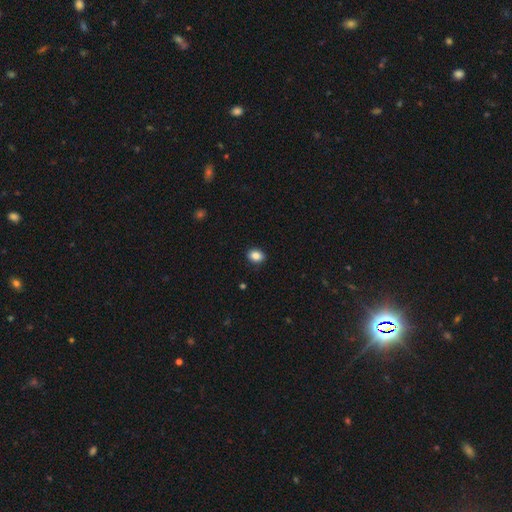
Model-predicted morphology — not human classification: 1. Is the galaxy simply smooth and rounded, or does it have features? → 86% smooth, 9% star or artifact, 5% featured or disk.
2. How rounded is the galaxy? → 64% in between, 35% round, 1% cigar-shaped.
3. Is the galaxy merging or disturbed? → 90% none, 7% minor disturbance, 2% major disturbance, 1% merger.